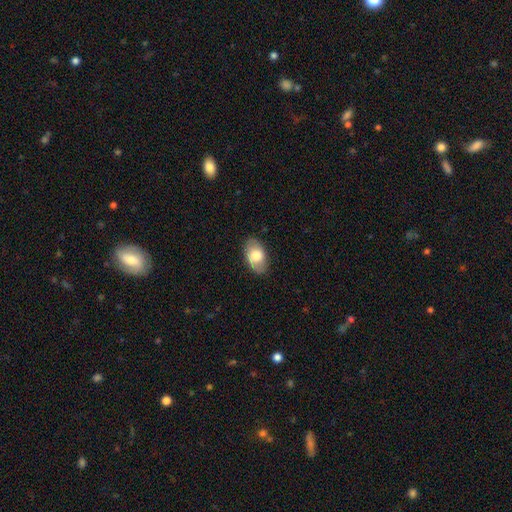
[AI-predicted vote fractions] Q: Smooth or featured?
A: smooth (67%); runner-up: featured or disk (26%)
Q: How rounded?
A: in between (92%); runner-up: round (7%)
Q: Merging?
A: none (82%); runner-up: minor disturbance (13%)